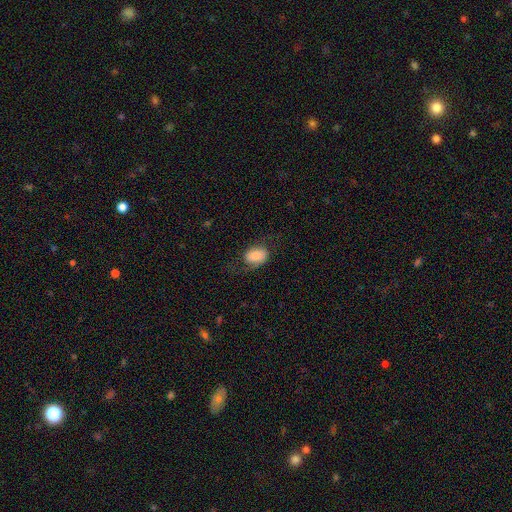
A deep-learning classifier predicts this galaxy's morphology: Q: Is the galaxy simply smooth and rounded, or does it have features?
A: smooth — 65%.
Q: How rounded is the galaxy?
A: in between — 80%.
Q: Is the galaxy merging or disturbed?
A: none — 61%.